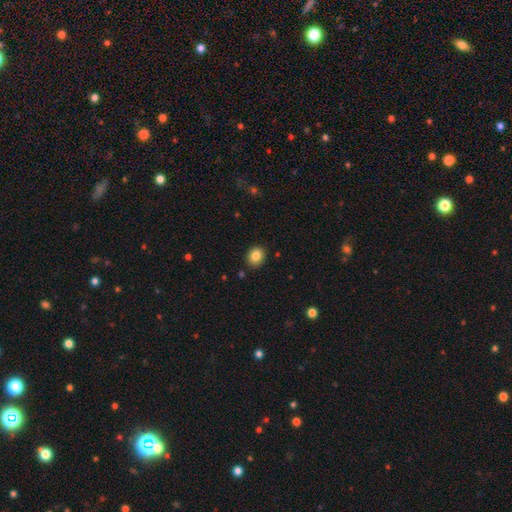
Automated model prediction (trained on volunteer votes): Smooth or featured?
  - smooth: 85% *
  - star or artifact: 10%
  - featured or disk: 5%
How rounded?
  - round: 66% *
  - in between: 33%
  - cigar-shaped: 1%
Merging?
  - none: 89% *
  - minor disturbance: 7%
  - major disturbance: 2%
  - merger: 1%